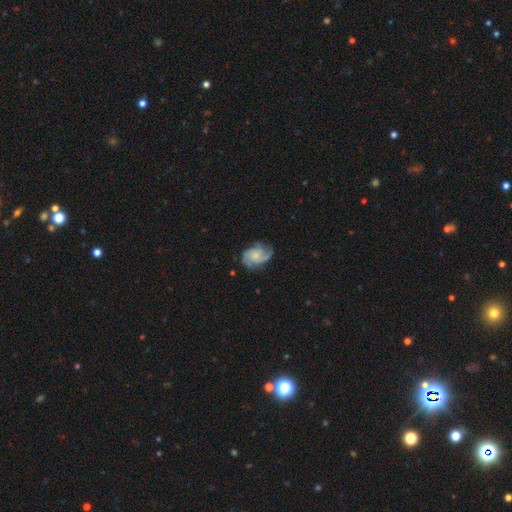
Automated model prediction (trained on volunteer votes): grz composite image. It shows a featured or disk galaxy (80%) with no bar (71%), 3 (54%) medium (49%) spiral arms (96%) and a small central bulge (44%). Merging: none (69%).